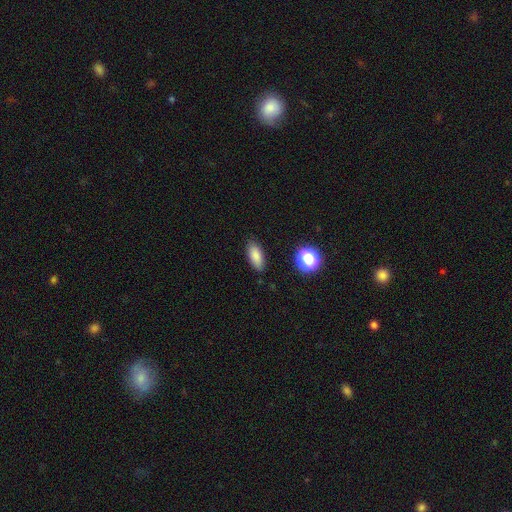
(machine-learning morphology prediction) Smooth or featured? Predicted: smooth (p=0.83). How rounded? Predicted: in between (p=0.82). Merging? Predicted: none (p=0.86).